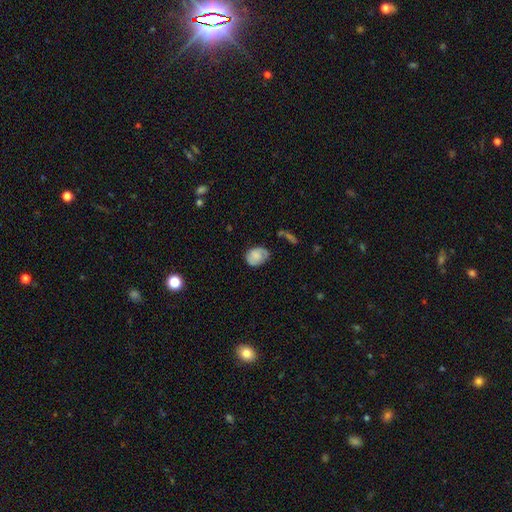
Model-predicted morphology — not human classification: smooth_or_featured: smooth (p=0.71) [alt: featured or disk p=0.21]
how_rounded: in between (p=0.61) [alt: round p=0.38]
merging: none (p=0.64) [alt: minor disturbance p=0.26]